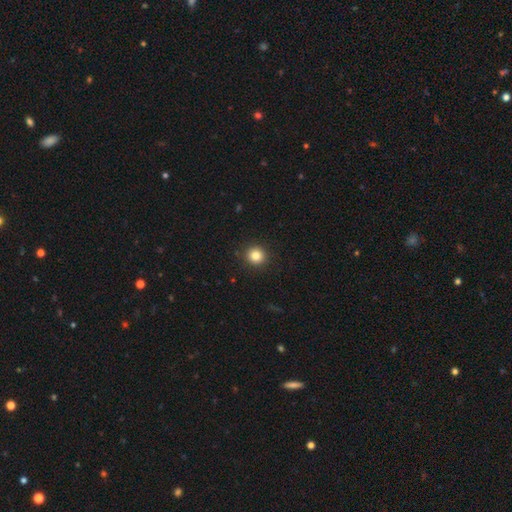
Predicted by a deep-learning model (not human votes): This appears to be a smooth galaxy with no disk features (84%) that is round (92%). Merging: none (92%).